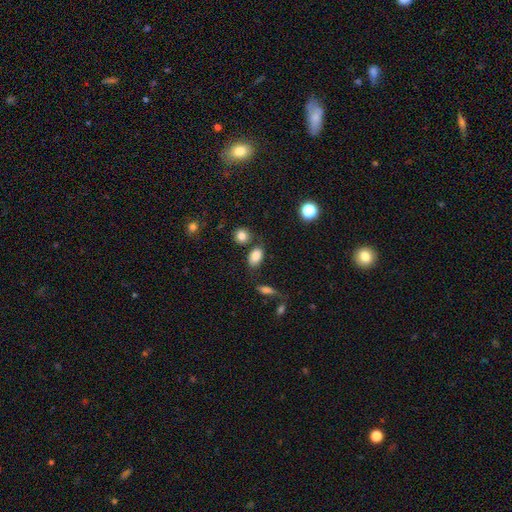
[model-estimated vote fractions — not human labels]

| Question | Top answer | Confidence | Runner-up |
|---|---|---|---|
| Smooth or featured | smooth | 84% | star or artifact (9%) |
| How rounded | in between | 82% | round (16%) |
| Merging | none | 69% | minor disturbance (16%) |